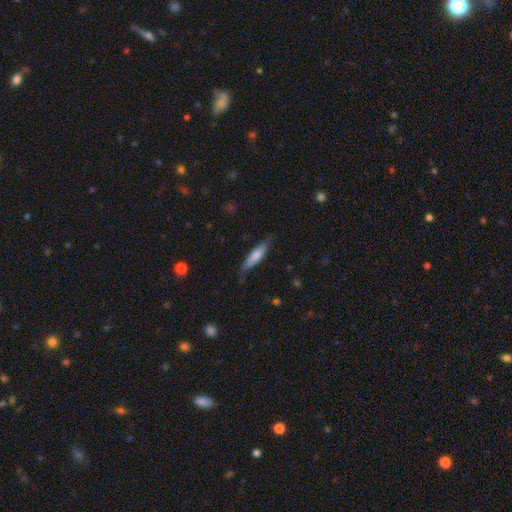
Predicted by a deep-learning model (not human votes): Overall: smooth (69%). How rounded: cigar-shaped (70%). Merging: none (75%).